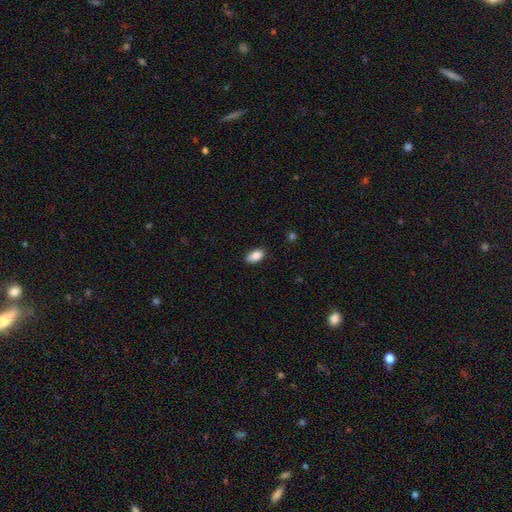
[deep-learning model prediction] A smooth galaxy with no disk features (87%) that is in between round and cigar-shaped (91%).

Vote fractions:
- Smooth or featured? smooth: 87% / star or artifact: 8% / featured or disk: 5%
- How rounded? in between: 91% / round: 5% / cigar-shaped: 3%
- Merging? none: 80% / minor disturbance: 17% / major disturbance: 3% / merger: 1%